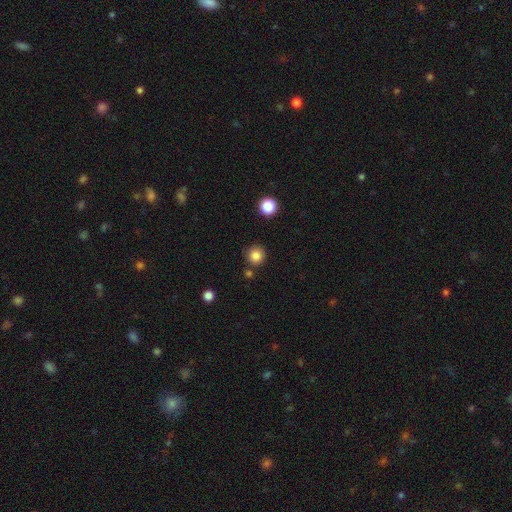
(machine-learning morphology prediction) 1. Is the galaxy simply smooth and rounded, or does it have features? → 84% smooth, 12% star or artifact, 4% featured or disk.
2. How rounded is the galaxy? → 95% round, 4% in between, 1% cigar-shaped.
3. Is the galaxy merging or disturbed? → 85% none, 7% minor disturbance, 5% merger, 2% major disturbance.